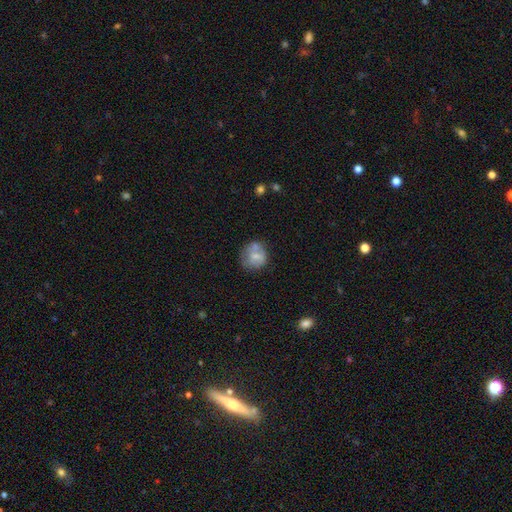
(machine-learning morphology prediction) Smooth or featured? smooth (62%)
How rounded? round (78%)
Merging? none (46%)